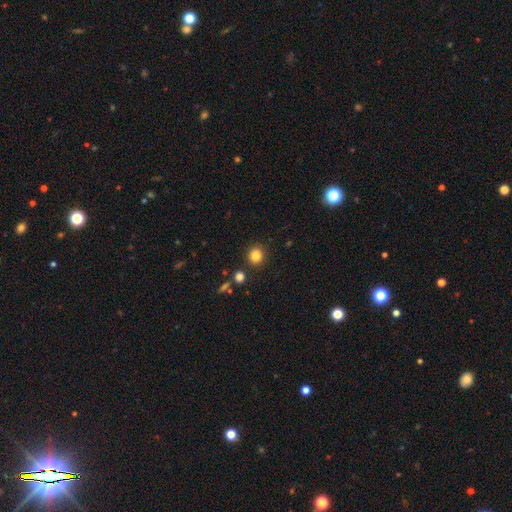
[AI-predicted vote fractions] A smooth galaxy with no disk features (84%) that is round (86%).

Vote fractions:
- Smooth or featured? smooth: 84% / star or artifact: 11% / featured or disk: 4%
- How rounded? round: 86% / in between: 13% / cigar-shaped: 1%
- Merging? none: 88% / minor disturbance: 7% / merger: 3% / major disturbance: 2%